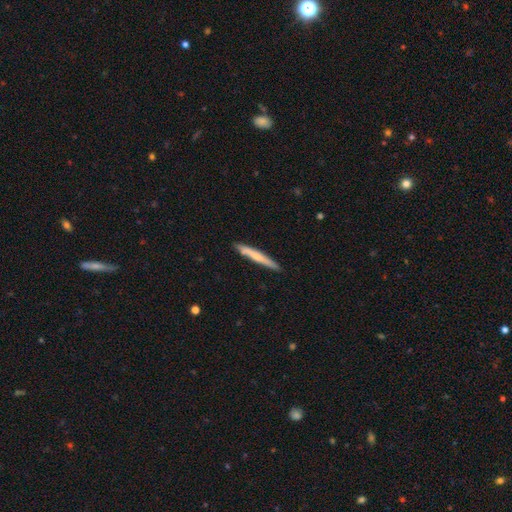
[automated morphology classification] Smooth or featured: smooth — 56% (featured or disk — 38%)
How rounded: cigar-shaped — 96% (in between — 3%)
Merging: none — 88% (minor disturbance — 9%)